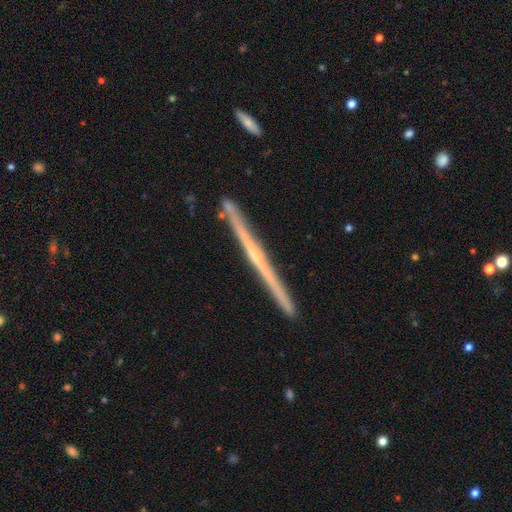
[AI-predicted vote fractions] smooth-or-featured: featured or disk: 78% | smooth: 17% | star or artifact: 6%
  disk-edge-on: yes: 98% | no: 2%
    edge-on-bulge: none: 55% | rounded: 40% | boxy: 5%
  merging: none: 89% | minor disturbance: 8% | merger: 2% | major disturbance: 1%